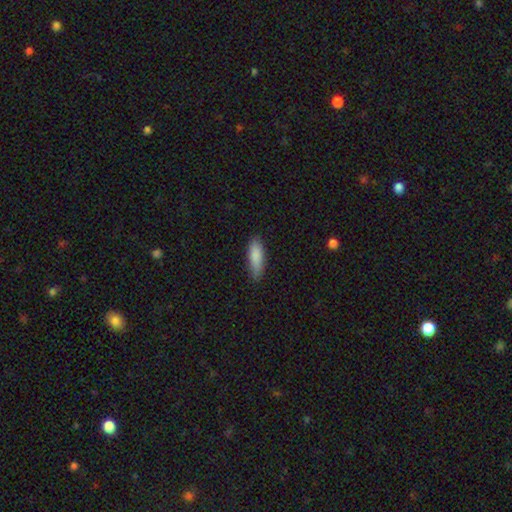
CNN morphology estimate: Smooth or featured? smooth (86%)
How rounded? in between (52%)
Merging? none (77%)